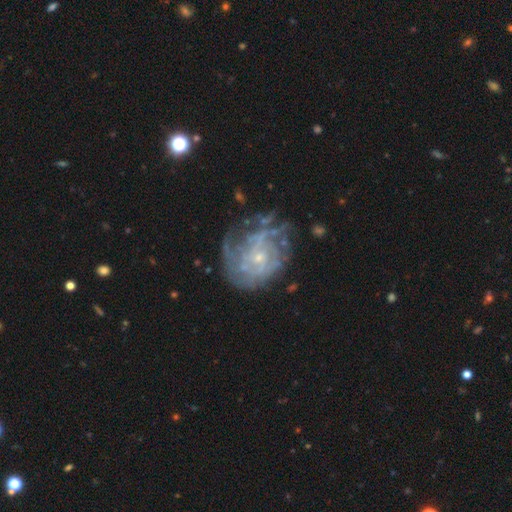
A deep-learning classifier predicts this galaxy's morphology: featured or disk 73%, smooth 14%, star or artifact 14%. Down the decision tree: edge-on disk — no (97%); bar — no (73%); spiral arms — yes (80%); spiral arm count — can't tell (54%); spiral winding — tight (64%); bulge size — small (76%); merging — none (63%).